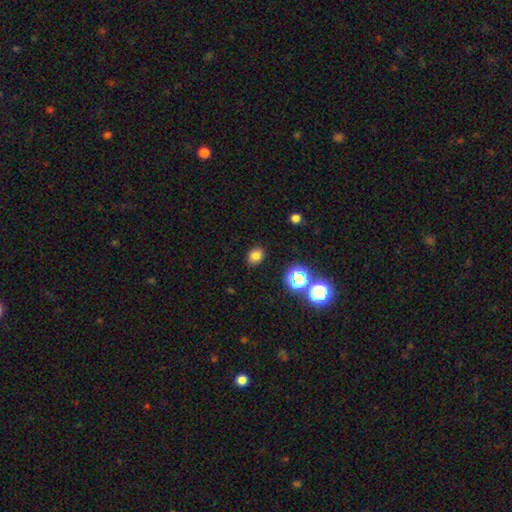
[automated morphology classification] smooth 77%, star or artifact 18%, featured or disk 6%. Down the decision tree: how rounded — round (51%); merging — none (87%).